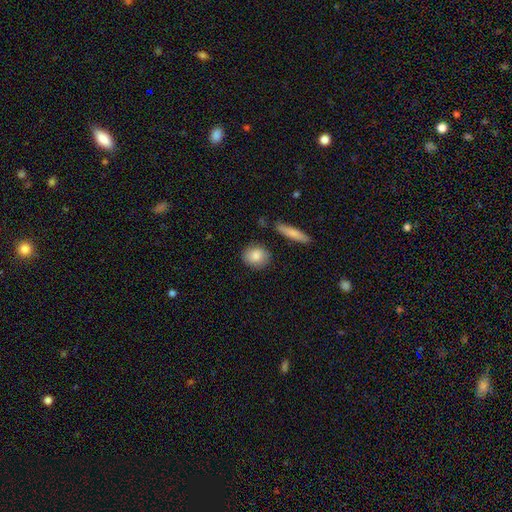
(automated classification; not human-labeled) A smooth galaxy with no disk features (85%) that is round (68%). Merging: none (84%).